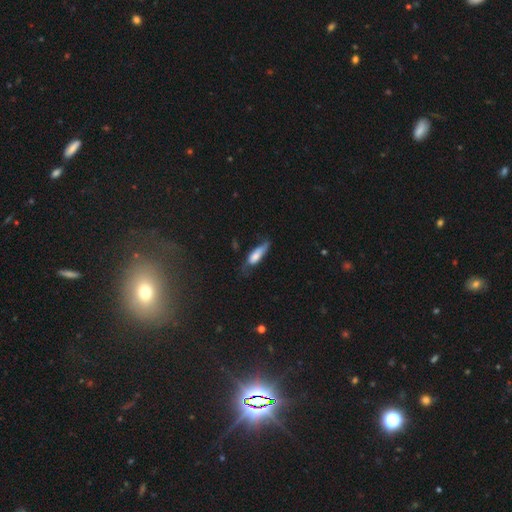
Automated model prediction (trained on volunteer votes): A smooth galaxy with no disk features (68%) that is in between round and cigar-shaped (52%).

Vote fractions:
- Smooth or featured? smooth: 68% / featured or disk: 24% / star or artifact: 7%
- How rounded? in between: 52% / cigar-shaped: 45% / round: 2%
- Merging? minor disturbance: 37% / none: 36% / major disturbance: 24% / merger: 3%